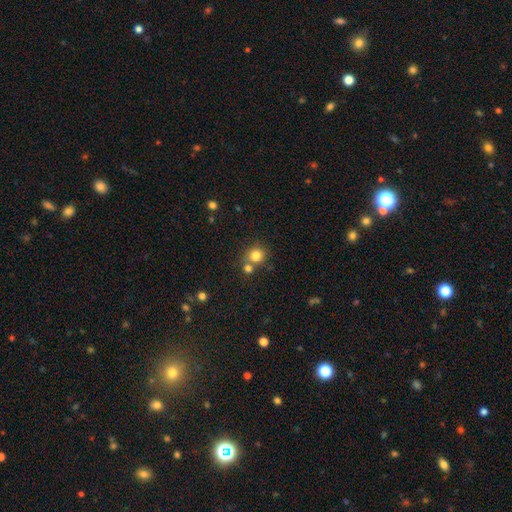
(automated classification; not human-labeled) Smooth or featured: smooth — 81% (star or artifact — 12%)
How rounded: round — 87% (in between — 12%)
Merging: none — 62% (merger — 27%)